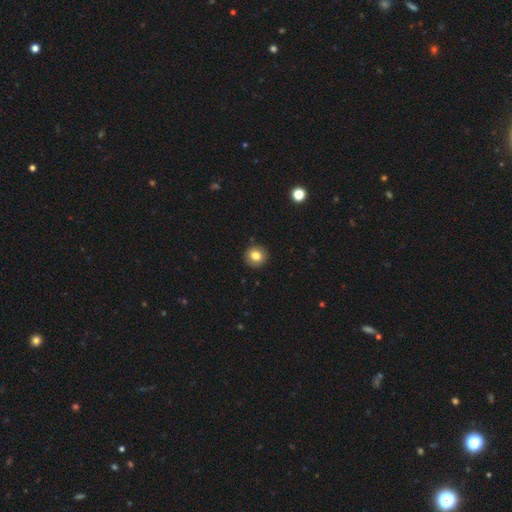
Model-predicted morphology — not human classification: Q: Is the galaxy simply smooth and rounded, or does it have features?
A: smooth — 80%.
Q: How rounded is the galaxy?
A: round — 89%.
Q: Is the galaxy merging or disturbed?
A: none — 91%.